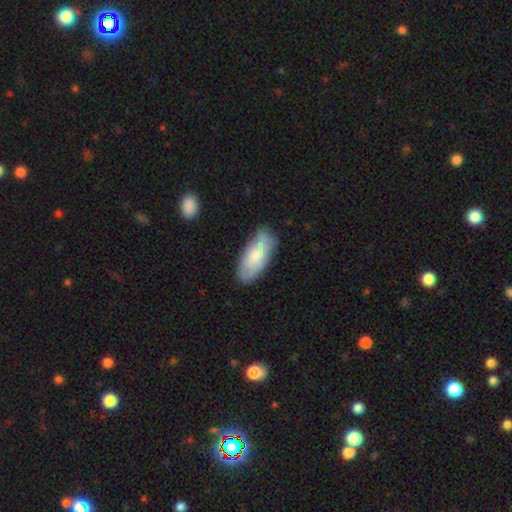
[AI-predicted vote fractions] Smooth or featured? Predicted: smooth (p=0.71). How rounded? Predicted: in between (p=0.85). Merging? Predicted: none (p=0.74).